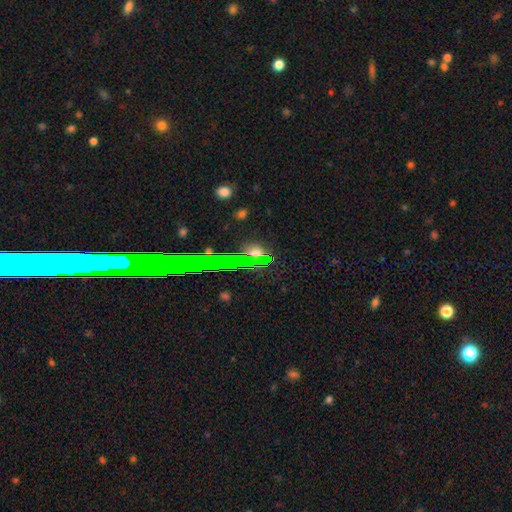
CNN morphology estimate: This appears to be a star or artifact, not a galaxy (50%).